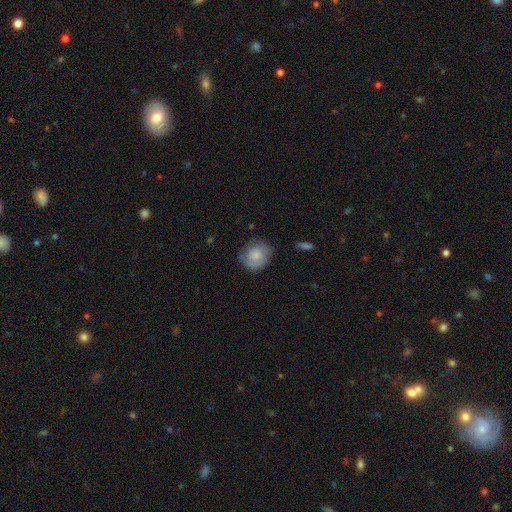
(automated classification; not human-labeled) smooth 72%, featured or disk 21%, star or artifact 7%. Down the decision tree: how rounded — round (73%); merging — none (70%).